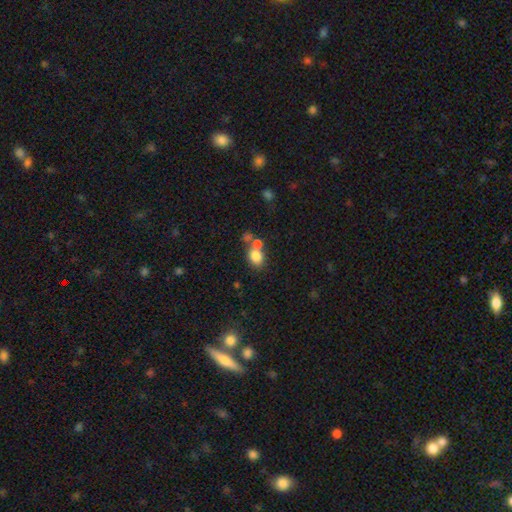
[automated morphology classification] Smooth or featured? Predicted: smooth (p=0.80). How rounded? Predicted: in between (p=0.51). Merging? Predicted: none (p=0.47).